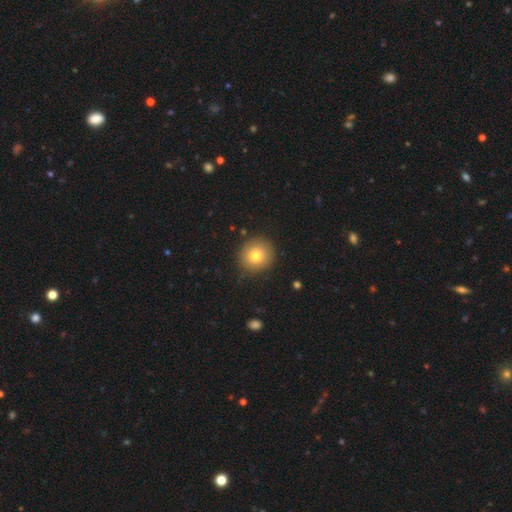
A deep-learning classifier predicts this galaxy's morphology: Overall: smooth (78%). How rounded: round (90%). Merging: none (86%).